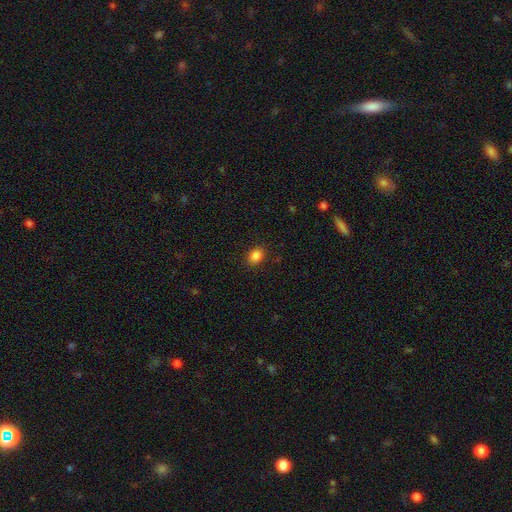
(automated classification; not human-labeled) Q: Smooth or featured?
A: smooth (86%); runner-up: star or artifact (10%)
Q: How rounded?
A: in between (73%); runner-up: round (26%)
Q: Merging?
A: none (88%); runner-up: minor disturbance (8%)